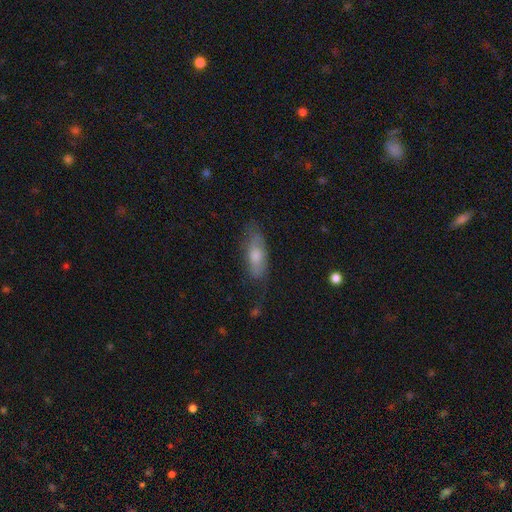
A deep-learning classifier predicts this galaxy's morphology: Overall: smooth (59%; featured or disk 33%). How rounded: in between (68%; cigar-shaped 30%). Merging: none (65%).